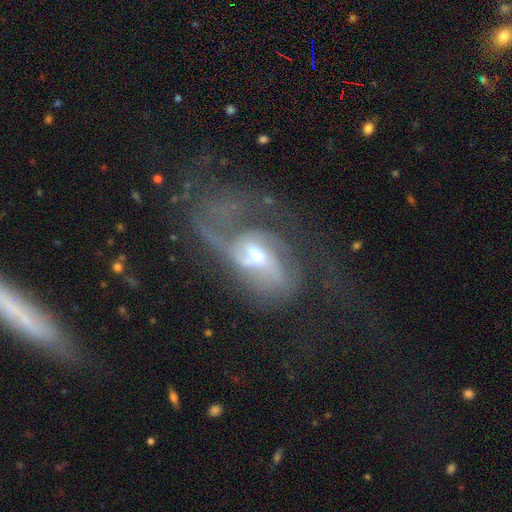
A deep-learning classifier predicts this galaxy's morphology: Overall: featured or disk (78%). Edge-on disk: no (96%). Bar: weak (49%; no 36%). Spiral arms: yes (84%). Spiral arm count: 2 (34%; 1 29%). Spiral winding: loose (48%; medium 38%). Bulge size: moderate (59%; small 22%). Merging: major disturbance (58%).